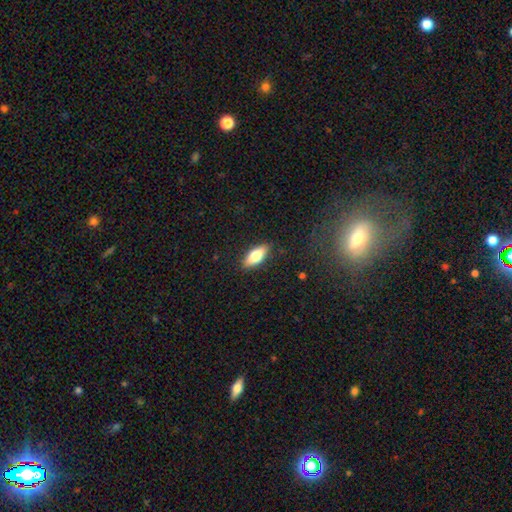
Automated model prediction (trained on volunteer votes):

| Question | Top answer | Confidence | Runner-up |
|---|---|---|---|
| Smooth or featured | smooth | 70% | featured or disk (24%) |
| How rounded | in between | 73% | cigar-shaped (24%) |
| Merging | none | 87% | minor disturbance (9%) |